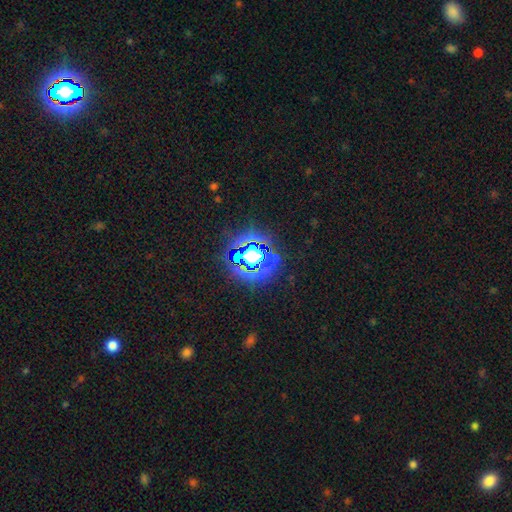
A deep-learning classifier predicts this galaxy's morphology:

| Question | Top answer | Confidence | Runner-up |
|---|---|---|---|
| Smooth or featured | star or artifact | 63% | smooth (24%) |